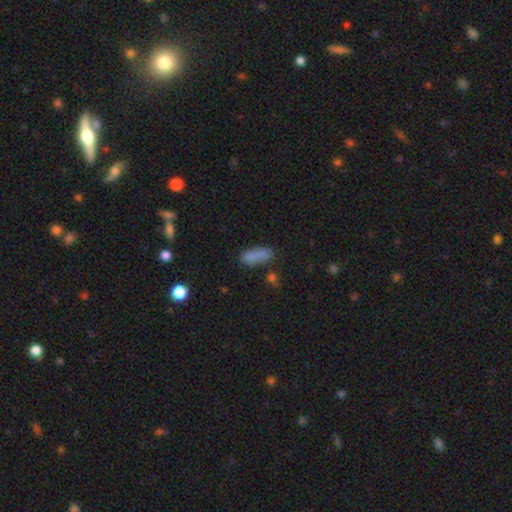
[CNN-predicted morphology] A smooth galaxy with no disk features (81%) that is in between round and cigar-shaped (62%).

Vote fractions:
- Smooth or featured? smooth: 81% / star or artifact: 11% / featured or disk: 8%
- How rounded? in between: 62% / cigar-shaped: 35% / round: 3%
- Merging? none: 62% / minor disturbance: 21% / merger: 9% / major disturbance: 8%